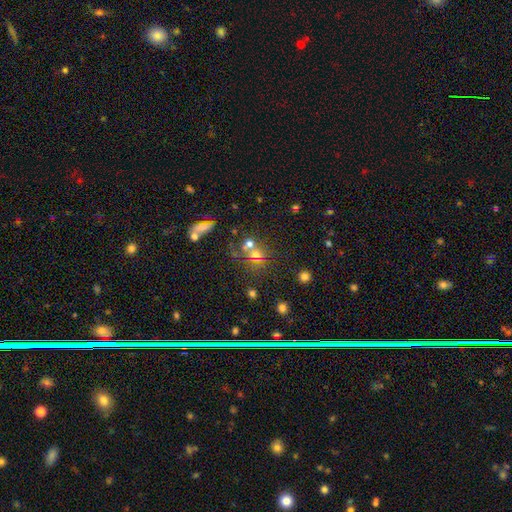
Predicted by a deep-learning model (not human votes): Smooth or featured?
  - smooth: 53% *
  - star or artifact: 30%
  - featured or disk: 16%
How rounded?
  - round: 80% *
  - in between: 18%
  - cigar-shaped: 2%
Merging?
  - none: 48% *
  - merger: 35%
  - minor disturbance: 9%
  - major disturbance: 7%